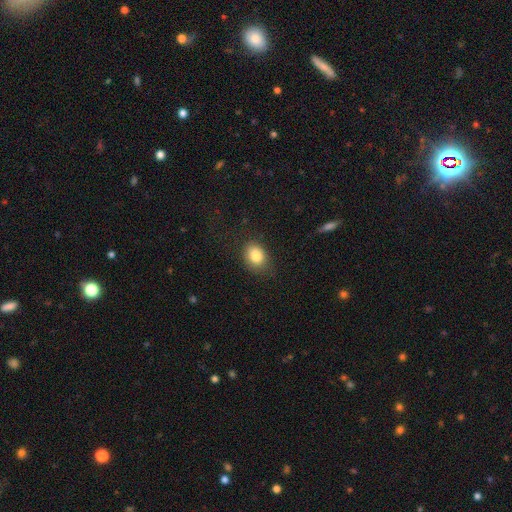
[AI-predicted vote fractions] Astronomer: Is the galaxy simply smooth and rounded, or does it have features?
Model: smooth — 84%.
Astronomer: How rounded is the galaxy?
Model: in between — 59% (runner-up: round, 40%).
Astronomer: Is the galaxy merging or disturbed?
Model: none — 78%.